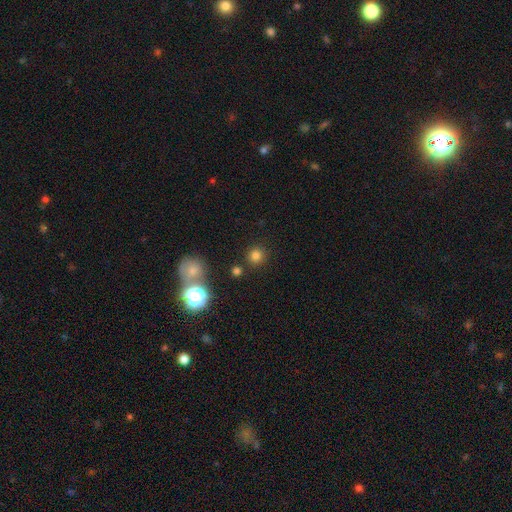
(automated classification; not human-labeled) The model was most divided on "smooth or featured": smooth: 77%, star or artifact: 18%, featured or disk: 5%. More confident: how rounded — round (93%); merging — none (86%).